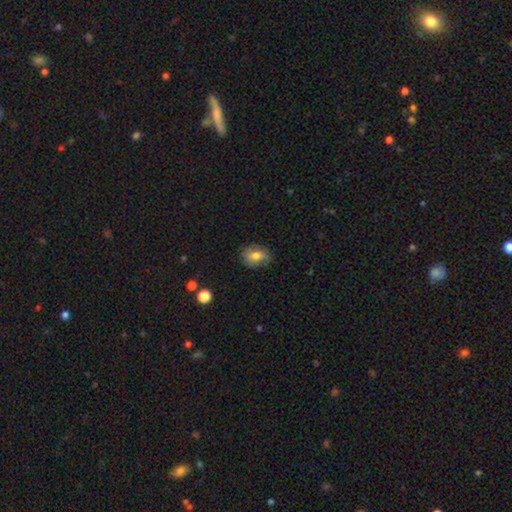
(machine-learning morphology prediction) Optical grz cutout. It shows a smooth galaxy with no disk features (72%) that is in between round and cigar-shaped (68%). Merging: none (75%).